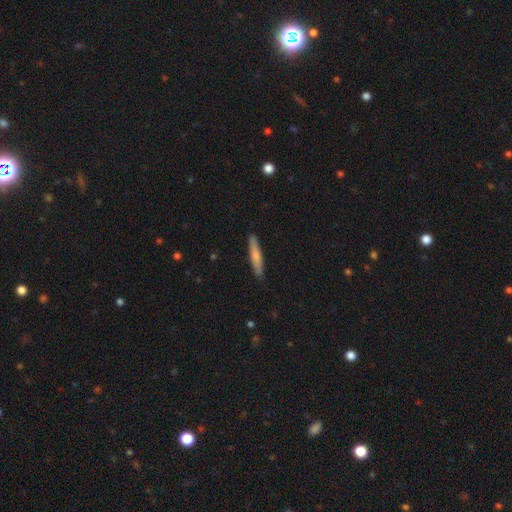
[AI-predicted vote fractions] Smooth or featured?
  - smooth: 68% *
  - featured or disk: 26%
  - star or artifact: 5%
How rounded?
  - cigar-shaped: 92% *
  - in between: 7%
  - round: 1%
Merging?
  - none: 88% *
  - minor disturbance: 10%
  - major disturbance: 2%
  - merger: 1%